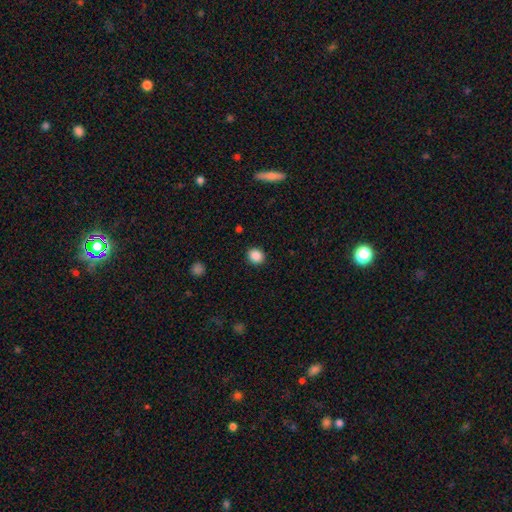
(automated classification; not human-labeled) The model was most divided on "how rounded": round: 76%, in between: 23%, cigar-shaped: 1%. More confident: merging — none (91%); smooth or featured — smooth (87%).